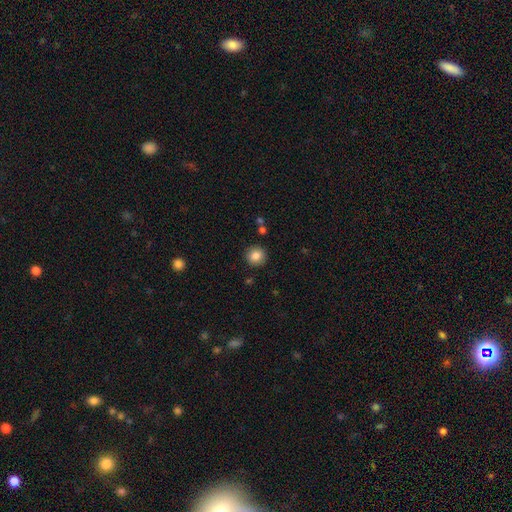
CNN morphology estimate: Smooth or featured? Predicted: smooth (p=0.85). How rounded? Predicted: round (p=0.93). Merging? Predicted: none (p=0.90).